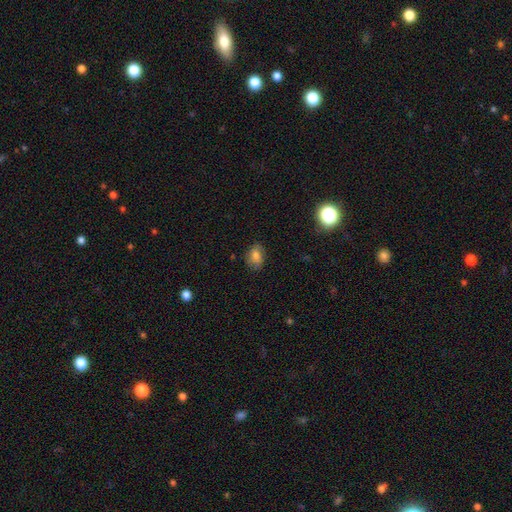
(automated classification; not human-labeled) This is likely a smooth galaxy (77%). How rounded: likely in between (75%). Merging: likely none (76%).